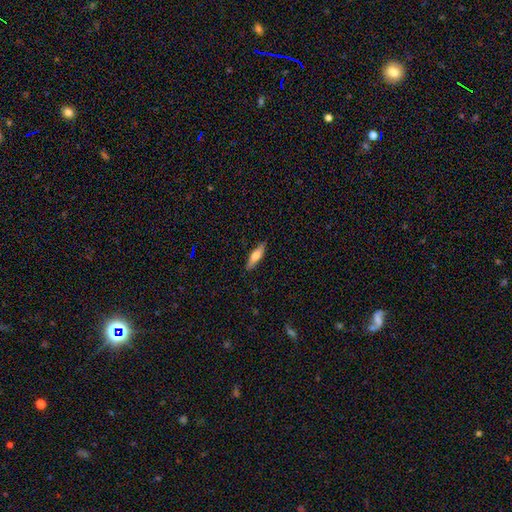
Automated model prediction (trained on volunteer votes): smooth 64%, featured or disk 30%, star or artifact 6%. Down the decision tree: how rounded — cigar-shaped (59%); merging — none (89%).